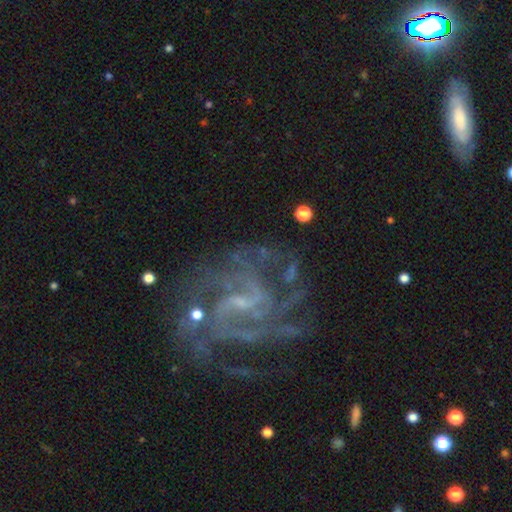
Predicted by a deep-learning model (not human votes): featured or disk 88%, star or artifact 8%, smooth 4%. Down the decision tree: edge-on disk — no (98%); bar — weak (55%); spiral arms — yes (96%); spiral arm count — 4 (25%); spiral winding — medium (47%); bulge size — small (65%); merging — none (65%).